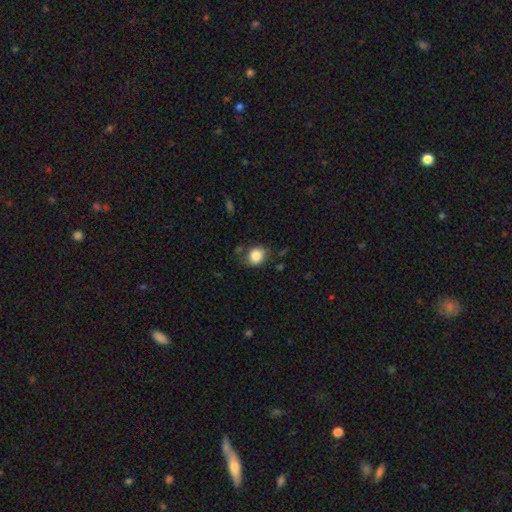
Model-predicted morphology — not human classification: smooth_or_featured: smooth (p=0.82) [alt: star or artifact p=0.09]
how_rounded: round (p=0.72) [alt: in between p=0.27]
merging: none (p=0.67) [alt: minor disturbance p=0.23]